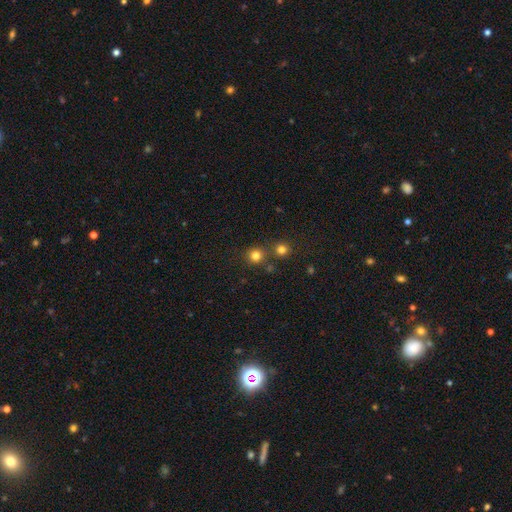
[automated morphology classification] Smooth or featured: smooth — 79% (star or artifact — 16%)
How rounded: round — 92% (in between — 8%)
Merging: none — 74% (merger — 16%)